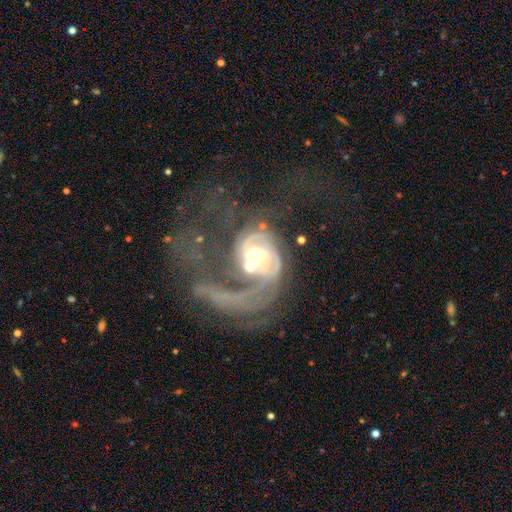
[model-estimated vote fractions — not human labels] Morphology: type=featured or disk (81%); edge-on=no (97%); bar=no (61%); spiral arms=yes (85%); winding=loose (36%); arm count=1 (37%); bulge=moderate (66%); merging=merger (44%).